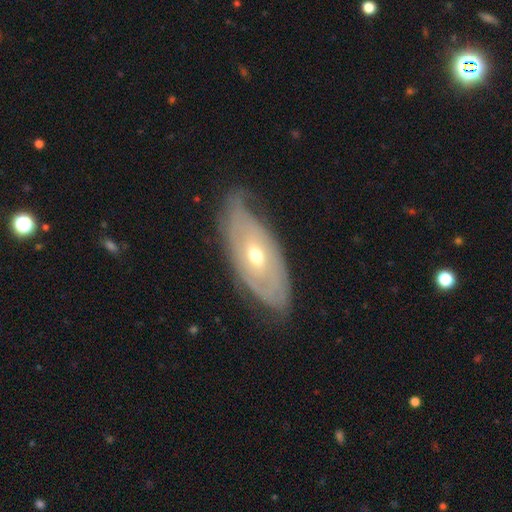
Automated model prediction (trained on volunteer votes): smooth_or_featured: featured or disk (p=0.72) [alt: smooth p=0.22]
disk_edge_on: no (p=0.85) [alt: yes p=0.15]
bar: no (p=0.74) [alt: weak p=0.20]
has_spiral_arms: yes (p=0.66) [alt: no p=0.34]
bulge_size: moderate (p=0.62) [alt: small p=0.34]
merging: none (p=0.66) [alt: minor disturbance p=0.25]